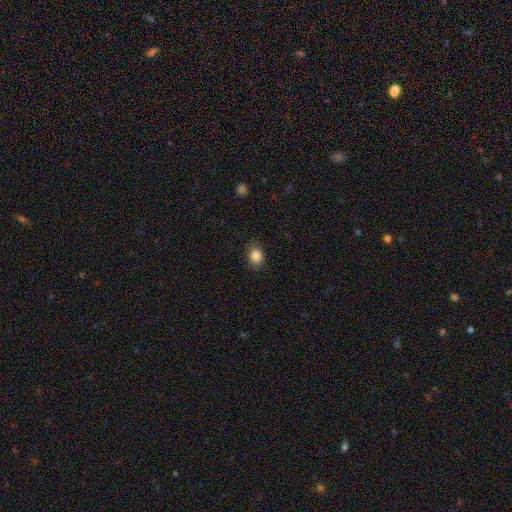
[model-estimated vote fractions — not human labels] This is clearly a smooth galaxy (85%). How rounded: likely in between (71%). Merging: clearly none (86%).